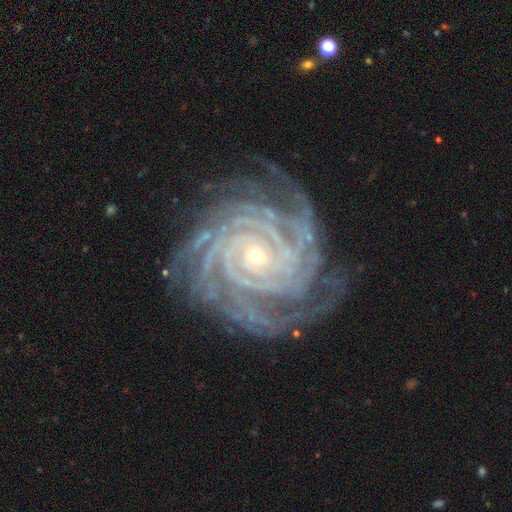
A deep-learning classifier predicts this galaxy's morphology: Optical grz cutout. It shows a featured or disk galaxy (93%) with no bar (69%), more than 4 (33%) tight (87%) spiral arms (99%) and a small central bulge (81%). Merging: none (80%).